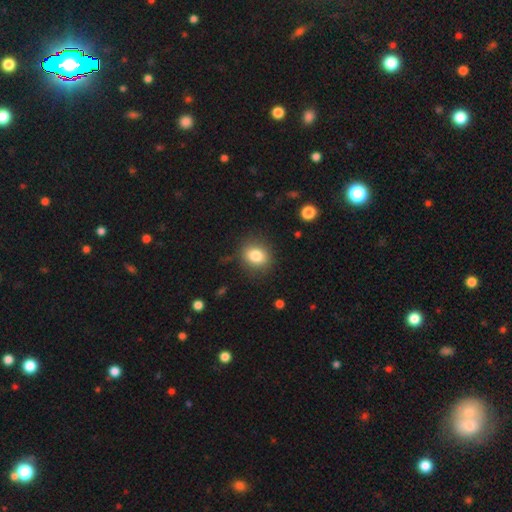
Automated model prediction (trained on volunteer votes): smooth_or_featured: smooth (p=0.81) [alt: star or artifact p=0.10]
how_rounded: round (p=0.65) [alt: in between p=0.34]
merging: none (p=0.83) [alt: minor disturbance p=0.12]